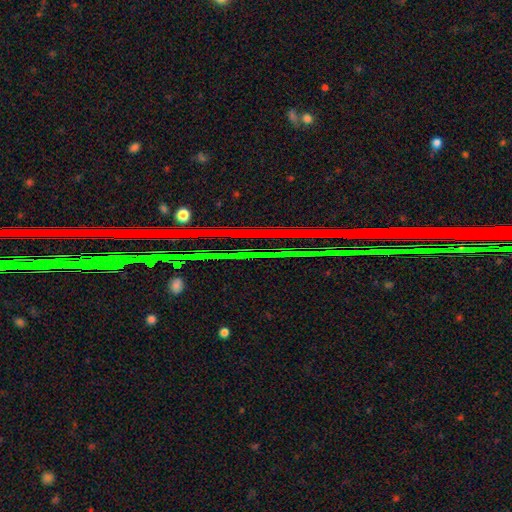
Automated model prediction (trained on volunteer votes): This is clearly a star or artifact rather than a galaxy (82%).